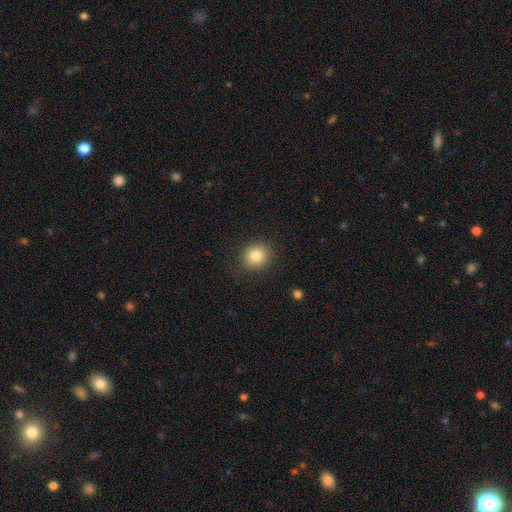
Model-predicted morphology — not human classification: This is clearly a smooth galaxy (83%). How rounded: clearly round (81%). Merging: clearly none (86%).